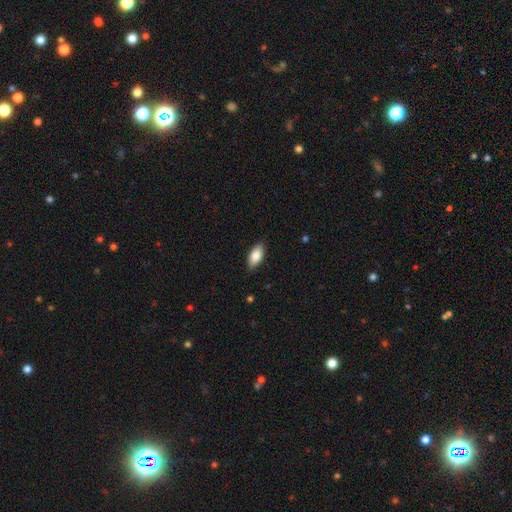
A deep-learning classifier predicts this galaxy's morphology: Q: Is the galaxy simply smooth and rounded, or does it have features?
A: smooth — 85%.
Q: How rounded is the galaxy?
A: in between — 90%.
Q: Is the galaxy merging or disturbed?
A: none — 87%.